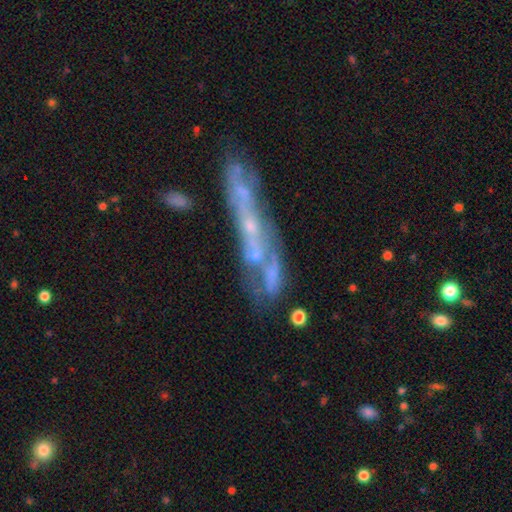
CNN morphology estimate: The model was most divided on "merging": merger: 36%, none: 34%, major disturbance: 15%, minor disturbance: 15%. More confident: edge-on disk — no (66%); smooth or featured — featured or disk (53%).